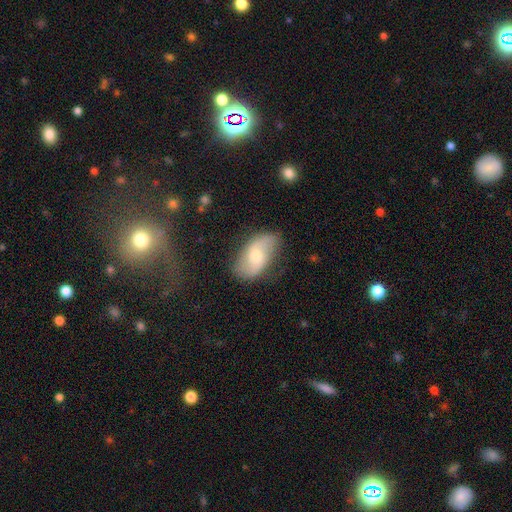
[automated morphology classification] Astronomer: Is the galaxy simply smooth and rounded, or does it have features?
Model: featured or disk — 55% (runner-up: smooth, 38%).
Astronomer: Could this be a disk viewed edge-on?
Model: no — 94%.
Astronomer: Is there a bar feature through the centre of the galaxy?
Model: no — 60%.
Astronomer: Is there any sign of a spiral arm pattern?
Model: yes — 82%.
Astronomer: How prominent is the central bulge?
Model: moderate — 52% (runner-up: small, 42%).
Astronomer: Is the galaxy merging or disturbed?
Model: none — 75%.